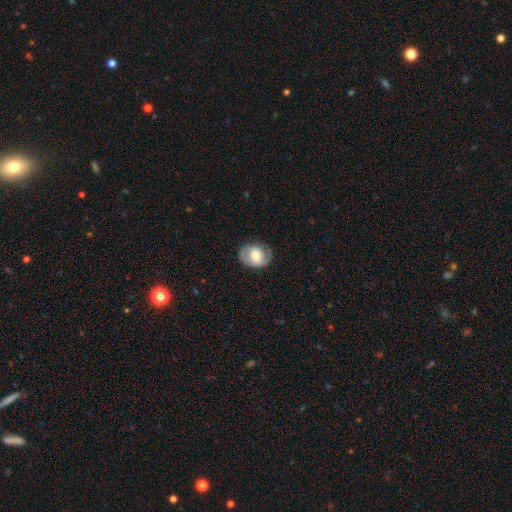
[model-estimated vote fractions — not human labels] A featured or disk galaxy (49%).

Vote fractions:
- Smooth or featured? featured or disk: 49% / smooth: 44% / star or artifact: 7%
- Merging? none: 76% / minor disturbance: 17% / major disturbance: 7% / merger: 1%